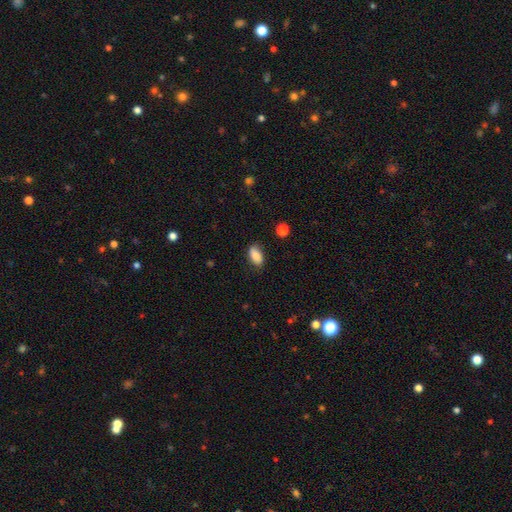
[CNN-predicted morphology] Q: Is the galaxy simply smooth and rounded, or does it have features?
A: smooth — 82%.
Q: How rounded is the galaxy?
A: in between — 92%.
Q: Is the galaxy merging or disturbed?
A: none — 79%.